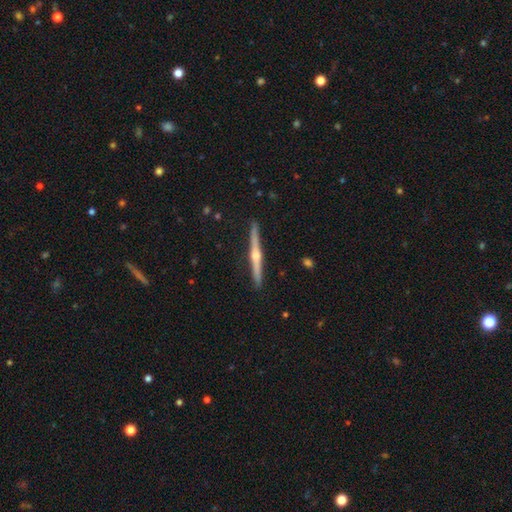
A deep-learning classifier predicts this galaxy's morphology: Q: Smooth or featured?
A: featured or disk (81%); runner-up: smooth (14%)
Q: Edge-on disk?
A: yes (99%); runner-up: no (1%)
Q: Edge-on bulge?
A: rounded (90%); runner-up: none (6%)
Q: Merging?
A: none (92%); runner-up: minor disturbance (6%)